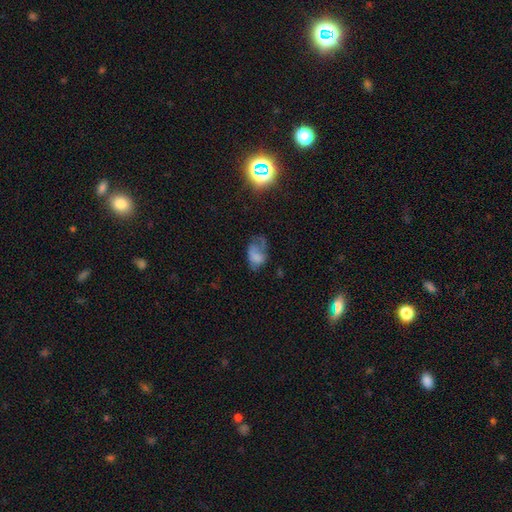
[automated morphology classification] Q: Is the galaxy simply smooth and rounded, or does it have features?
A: smooth — 60%.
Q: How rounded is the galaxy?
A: in between — 85%.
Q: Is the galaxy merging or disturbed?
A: major disturbance — 40%.